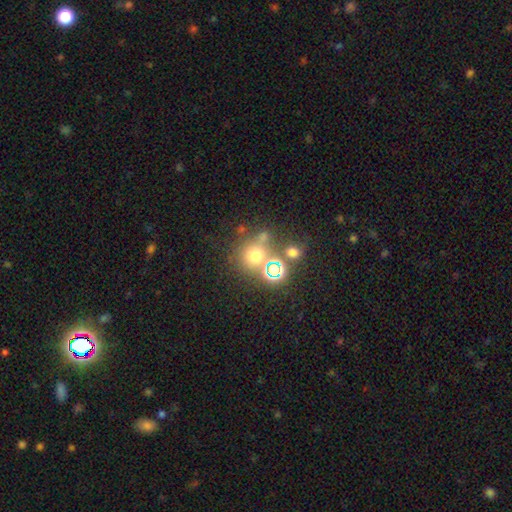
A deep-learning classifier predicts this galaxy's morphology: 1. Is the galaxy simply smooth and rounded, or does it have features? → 59% smooth, 30% star or artifact, 10% featured or disk.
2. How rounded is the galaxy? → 86% round, 13% in between, 1% cigar-shaped.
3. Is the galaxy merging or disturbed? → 62% none, 23% merger, 10% minor disturbance, 5% major disturbance.